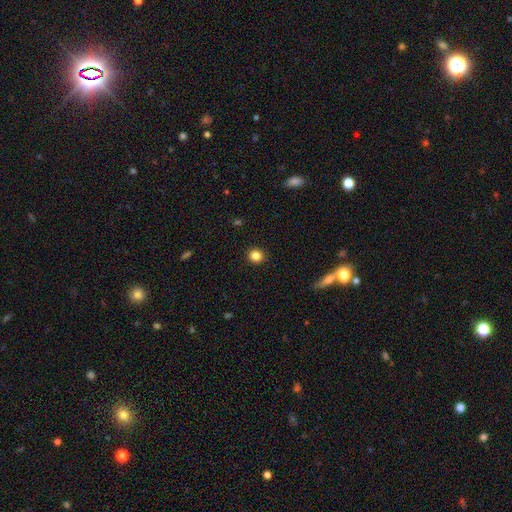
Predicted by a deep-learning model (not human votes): Smooth or featured: smooth — 84% (star or artifact — 11%)
How rounded: round — 91% (in between — 8%)
Merging: none — 92% (minor disturbance — 5%)